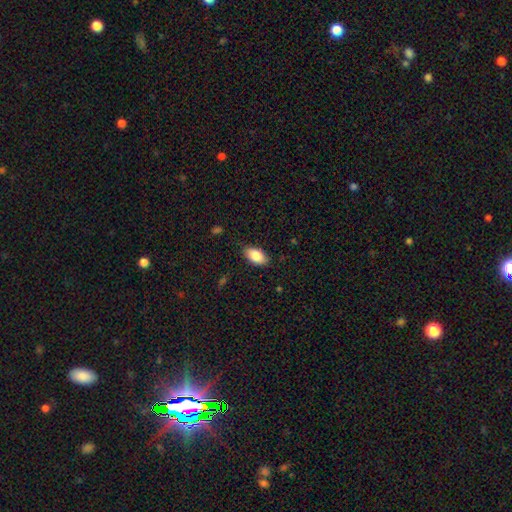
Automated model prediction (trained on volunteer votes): Smooth or featured?
  - smooth: 83% *
  - featured or disk: 10%
  - star or artifact: 7%
How rounded?
  - in between: 93% *
  - round: 4%
  - cigar-shaped: 3%
Merging?
  - none: 84% *
  - minor disturbance: 12%
  - major disturbance: 2%
  - merger: 1%